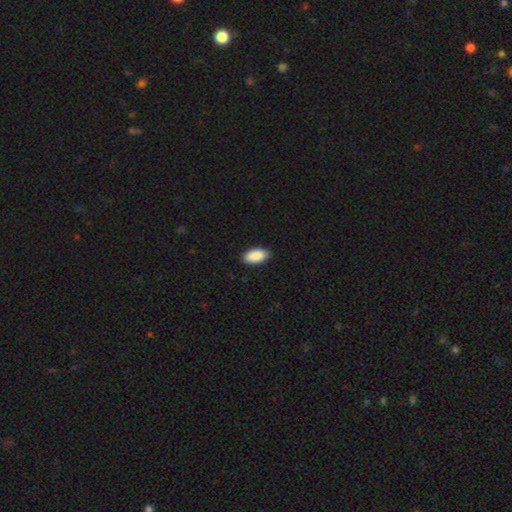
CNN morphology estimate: Overall: smooth (91%). How rounded: in between (94%). Merging: none (89%).